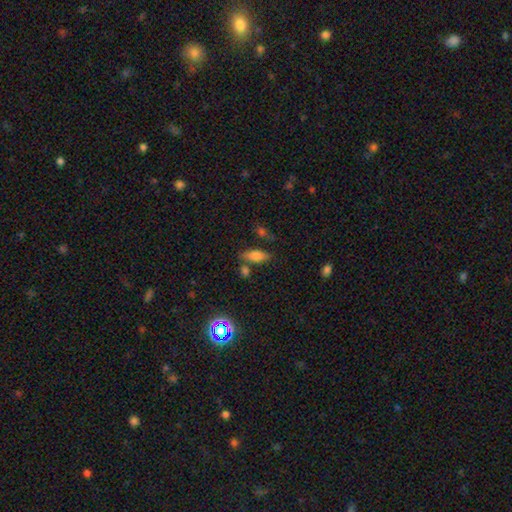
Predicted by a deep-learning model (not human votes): This is likely a smooth galaxy (75%). How rounded: likely in between (75%). Merging: likely none (71%).